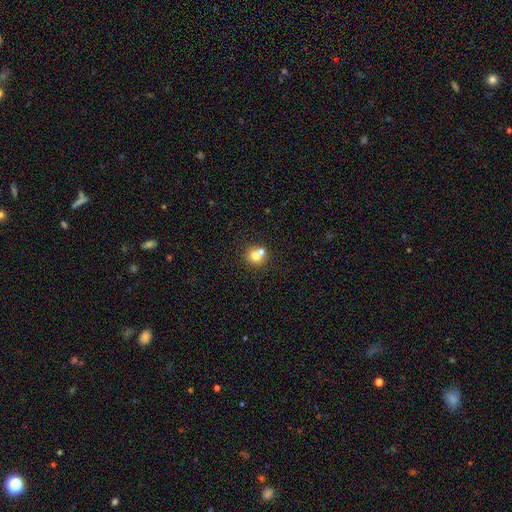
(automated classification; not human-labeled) smooth_or_featured: smooth (p=0.72) [alt: featured or disk p=0.15]
how_rounded: round (p=0.87) [alt: in between p=0.12]
merging: none (p=0.50) [alt: merger p=0.40]